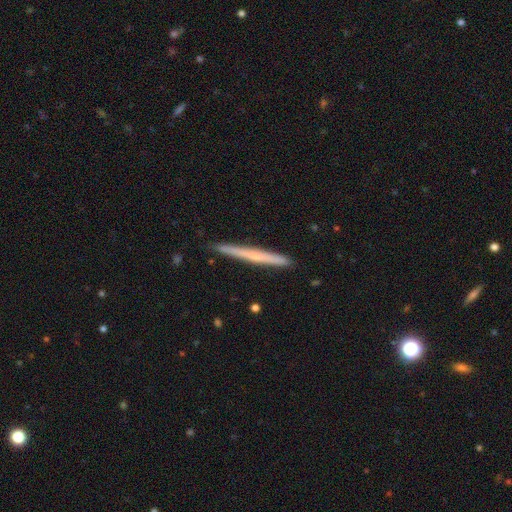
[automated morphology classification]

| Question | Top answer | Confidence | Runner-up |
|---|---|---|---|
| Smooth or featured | featured or disk | 49% | smooth (45%) |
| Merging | none | 90% | minor disturbance (7%) |